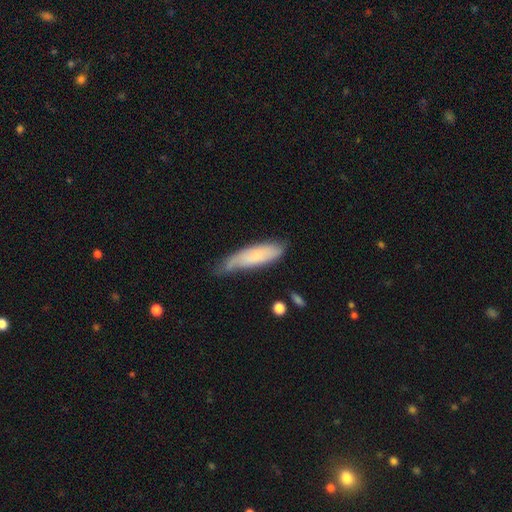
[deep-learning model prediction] This is likely a smooth galaxy (62%). How rounded: possibly cigar-shaped (51%). Merging: possibly none (46%).